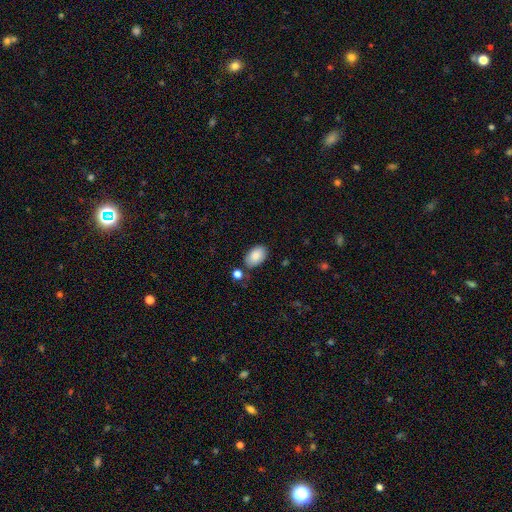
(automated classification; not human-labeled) Q: Smooth or featured?
A: smooth (88%); runner-up: star or artifact (6%)
Q: How rounded?
A: in between (93%); runner-up: round (5%)
Q: Merging?
A: none (76%); runner-up: minor disturbance (14%)